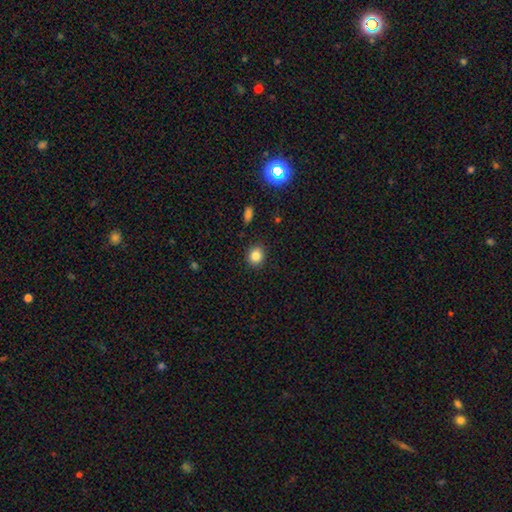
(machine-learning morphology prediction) smooth_or_featured: smooth (p=0.84) [alt: star or artifact p=0.10]
how_rounded: round (p=0.76) [alt: in between p=0.23]
merging: none (p=0.88) [alt: minor disturbance p=0.09]